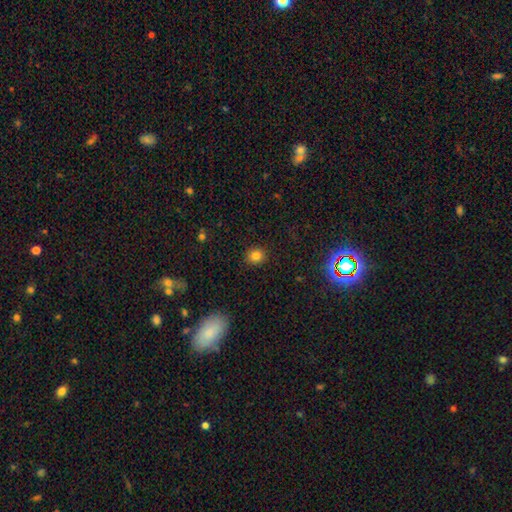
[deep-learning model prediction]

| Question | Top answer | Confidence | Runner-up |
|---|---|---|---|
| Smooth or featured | smooth | 82% | star or artifact (13%) |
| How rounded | round | 85% | in between (14%) |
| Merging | none | 90% | minor disturbance (6%) |